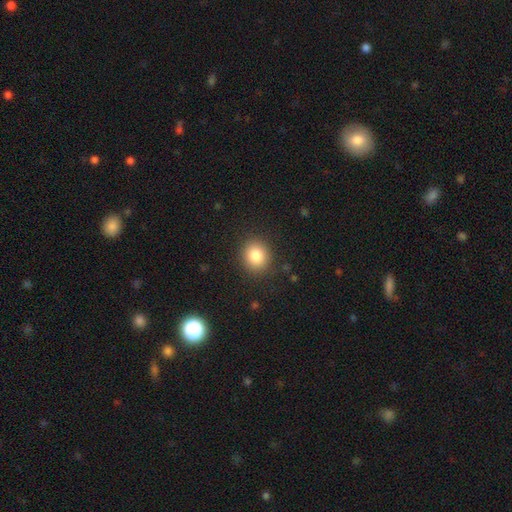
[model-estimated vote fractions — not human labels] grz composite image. It shows a smooth galaxy with no disk features (83%) that is round (79%). Merging: none (89%).